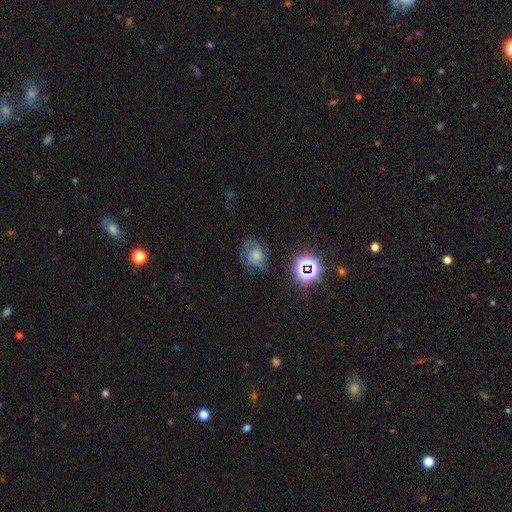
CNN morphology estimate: The model was most divided on "smooth or featured": featured or disk: 42%, smooth: 37%, star or artifact: 20%. More confident: merging — none (59%).